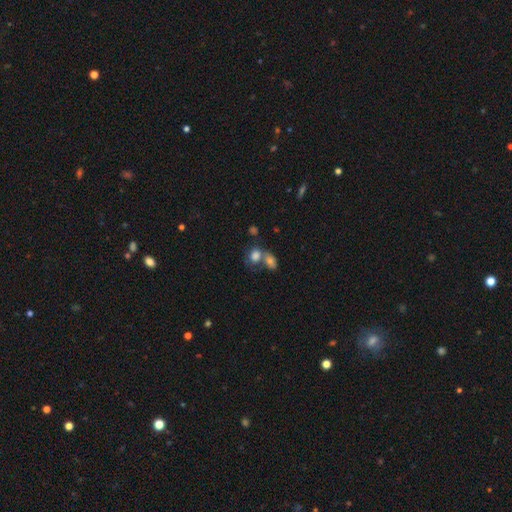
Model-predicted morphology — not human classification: Smooth or featured? smooth (76%)
How rounded? in between (60%)
Merging? merger (56%)